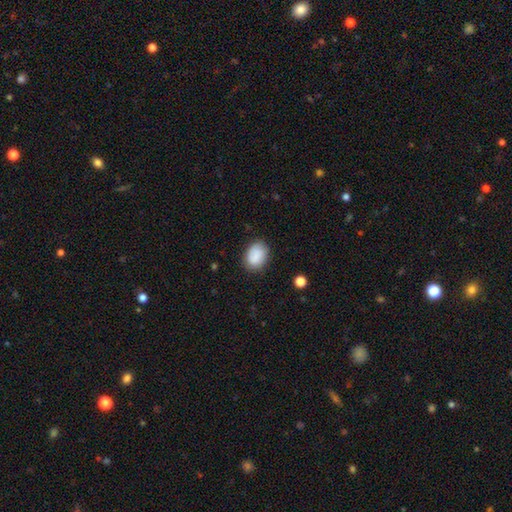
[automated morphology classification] Smooth or featured?
  - smooth: 86% *
  - star or artifact: 7%
  - featured or disk: 7%
How rounded?
  - in between: 68% *
  - round: 31%
  - cigar-shaped: 1%
Merging?
  - none: 80% *
  - minor disturbance: 15%
  - major disturbance: 4%
  - merger: 2%